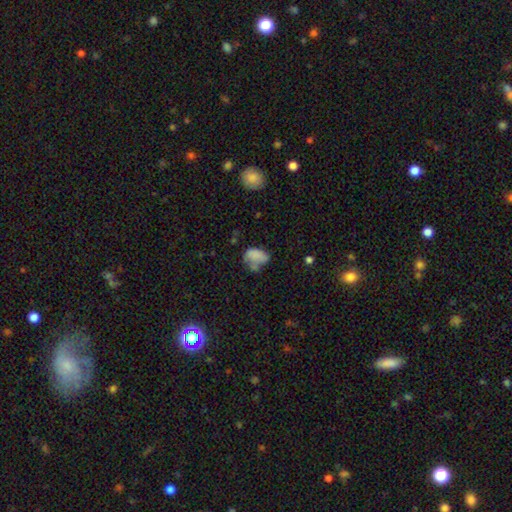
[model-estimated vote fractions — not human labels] Overall: smooth (73%). How rounded: in between (82%). Merging: none (34%; minor disturbance 30%).